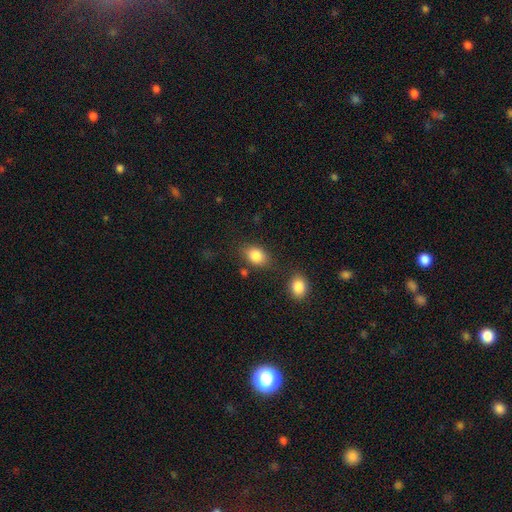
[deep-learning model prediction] Smooth or featured? Predicted: smooth (p=0.84). How rounded? Predicted: in between (p=0.74). Merging? Predicted: none (p=0.73).